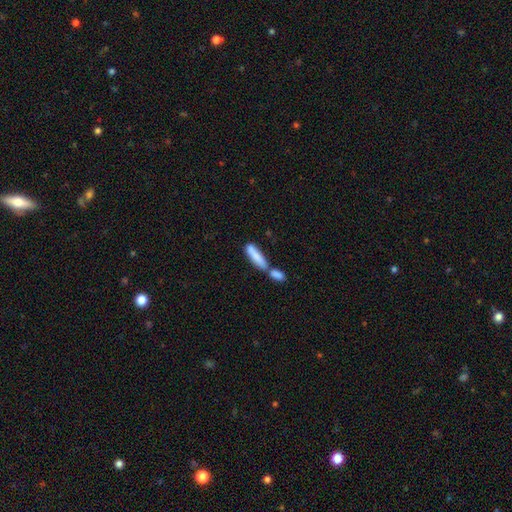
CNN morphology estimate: type=smooth (80%); roundness=cigar-shaped (68%); merging=merger (53%).